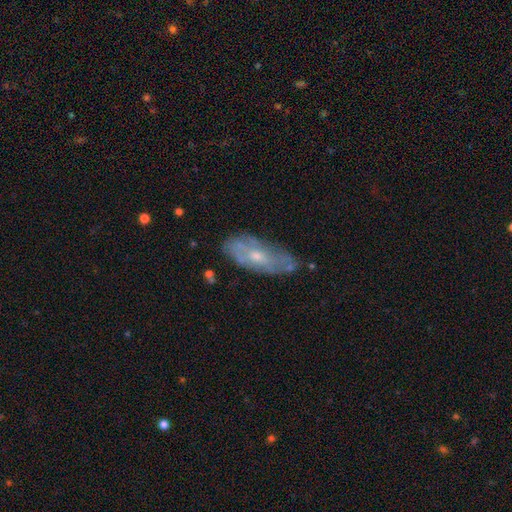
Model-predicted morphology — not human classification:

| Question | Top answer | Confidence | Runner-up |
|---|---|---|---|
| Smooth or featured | featured or disk | 57% | smooth (36%) |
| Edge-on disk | no | 82% | yes (18%) |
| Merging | none | 66% | minor disturbance (24%) |